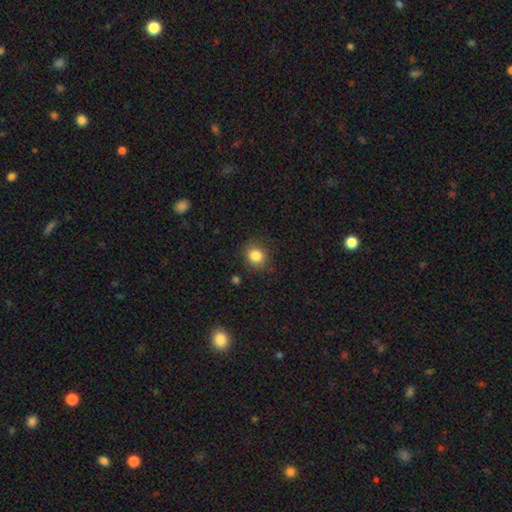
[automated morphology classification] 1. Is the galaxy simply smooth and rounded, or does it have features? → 84% smooth, 11% star or artifact, 5% featured or disk.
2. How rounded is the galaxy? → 74% round, 25% in between, 1% cigar-shaped.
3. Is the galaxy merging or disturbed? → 83% none, 12% minor disturbance, 4% major disturbance, 2% merger.